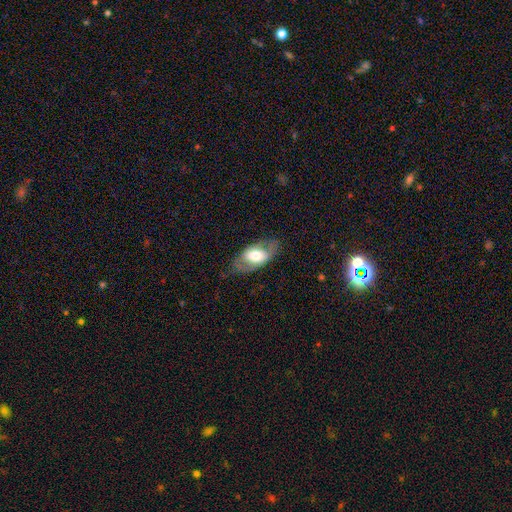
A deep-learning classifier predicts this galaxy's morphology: Q: Smooth or featured?
A: smooth (49%); runner-up: featured or disk (45%)
Q: Merging?
A: none (67%); runner-up: minor disturbance (21%)